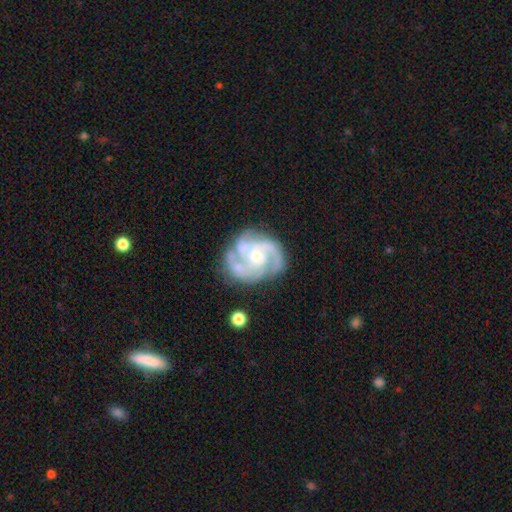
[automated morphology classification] Overall: featured or disk (90%). Edge-on disk: no (98%). Bar: no (67%). Spiral arms: yes (97%). Spiral arm count: 3 (52%; 2 24%). Spiral winding: tight (48%; medium 44%). Bulge size: small (53%; moderate 42%). Merging: none (70%).